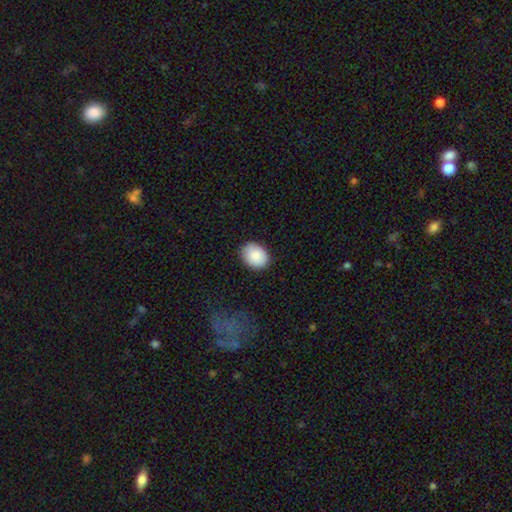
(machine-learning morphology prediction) This appears to be a smooth galaxy with no disk features (89%) that is in between round and cigar-shaped (58%). Merging: none (86%).